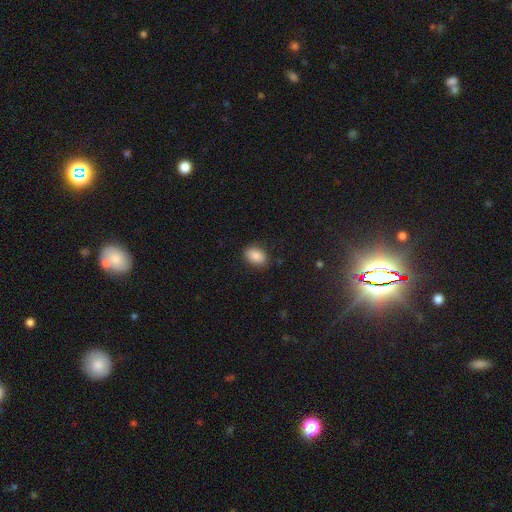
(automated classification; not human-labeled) Morphology: type=smooth (87%); roundness=in between (83%); merging=none (85%).